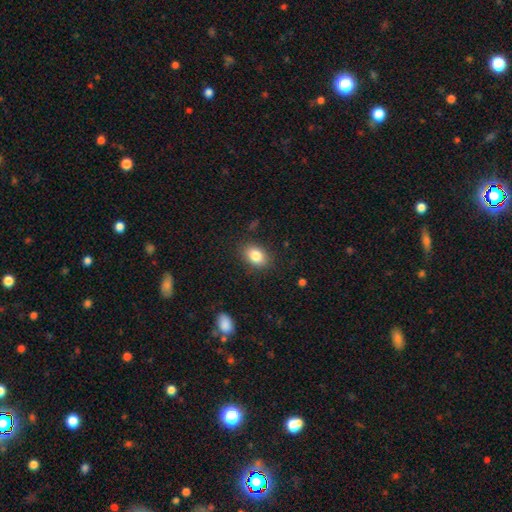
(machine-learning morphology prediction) Smooth or featured: smooth — 84% (star or artifact — 9%)
How rounded: in between — 77% (round — 22%)
Merging: none — 85% (minor disturbance — 10%)